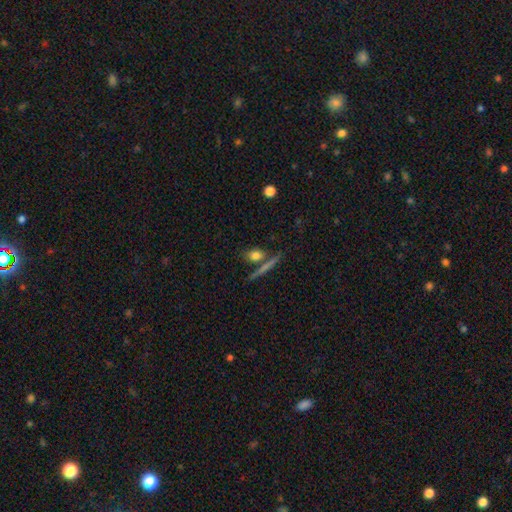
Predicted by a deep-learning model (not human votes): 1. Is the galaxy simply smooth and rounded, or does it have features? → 74% smooth, 17% featured or disk, 9% star or artifact.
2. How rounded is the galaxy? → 45% in between, 28% round, 27% cigar-shaped.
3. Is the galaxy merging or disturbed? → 64% none, 20% merger, 11% minor disturbance, 5% major disturbance.